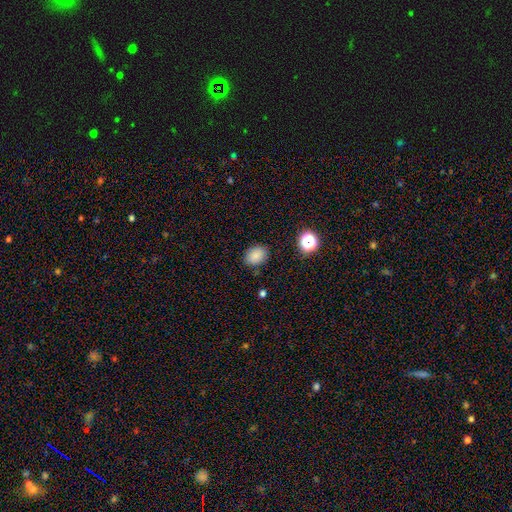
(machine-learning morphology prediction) smooth-or-featured: smooth: 83% | star or artifact: 11% | featured or disk: 5%
  how-rounded: in between: 68% | round: 31% | cigar-shaped: 1%
  merging: none: 83% | minor disturbance: 12% | major disturbance: 3% | merger: 2%